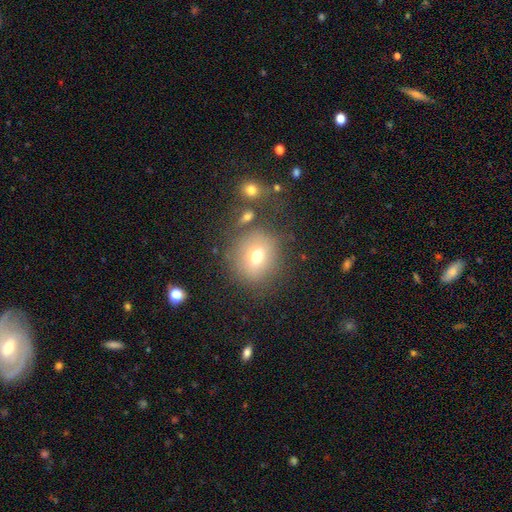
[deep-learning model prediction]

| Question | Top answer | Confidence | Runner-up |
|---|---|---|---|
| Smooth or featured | smooth | 69% | featured or disk (18%) |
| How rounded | round | 78% | in between (21%) |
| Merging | none | 71% | minor disturbance (14%) |